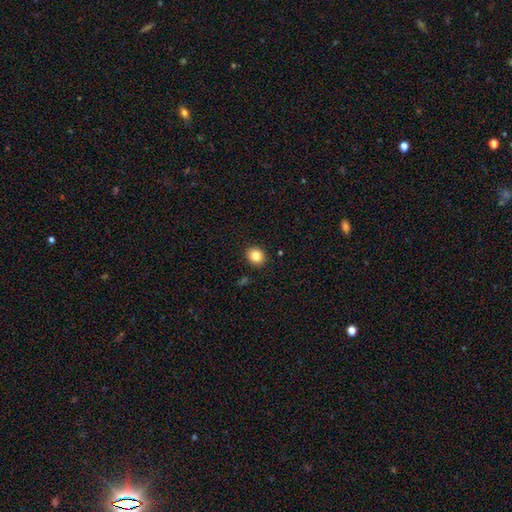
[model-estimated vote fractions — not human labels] A smooth galaxy with no disk features (84%) that is round (68%). Merging: none (91%).